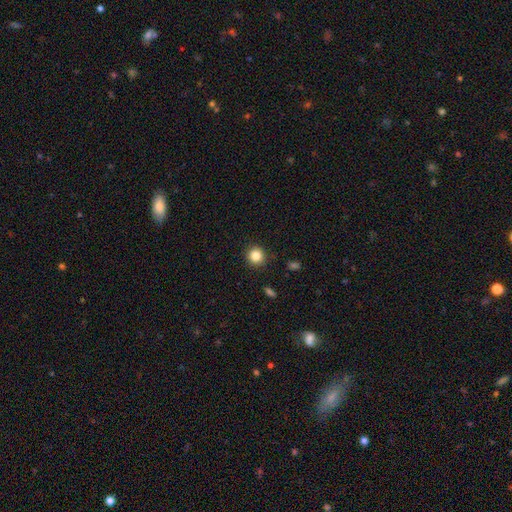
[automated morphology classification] type=smooth (84%); roundness=round (94%); merging=none (91%).